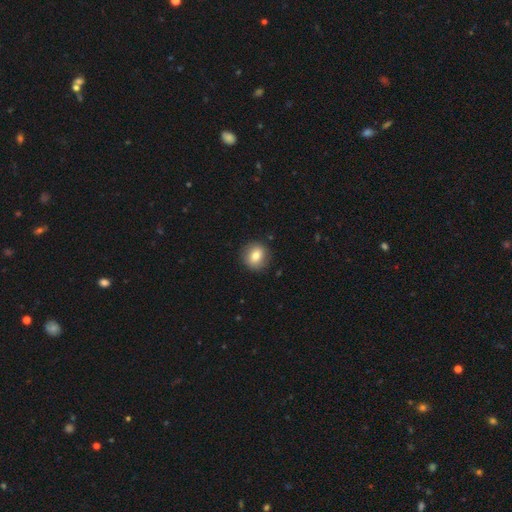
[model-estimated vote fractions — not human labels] Smooth or featured?
  - smooth: 78% *
  - featured or disk: 14%
  - star or artifact: 9%
How rounded?
  - round: 83% *
  - in between: 16%
  - cigar-shaped: 1%
Merging?
  - none: 87% *
  - minor disturbance: 9%
  - major disturbance: 3%
  - merger: 1%